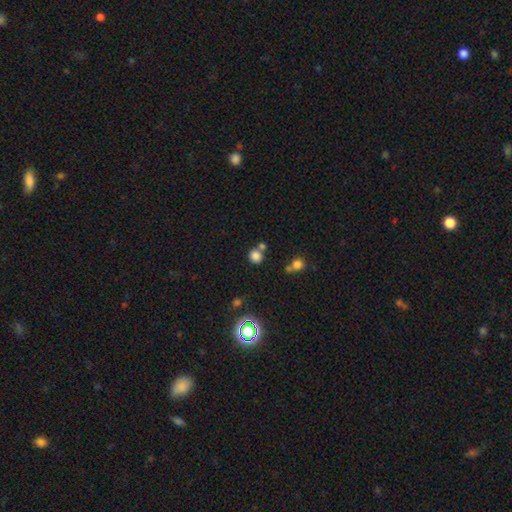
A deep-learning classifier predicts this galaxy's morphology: Smooth or featured? smooth (77%)
How rounded? round (85%)
Merging? none (63%)